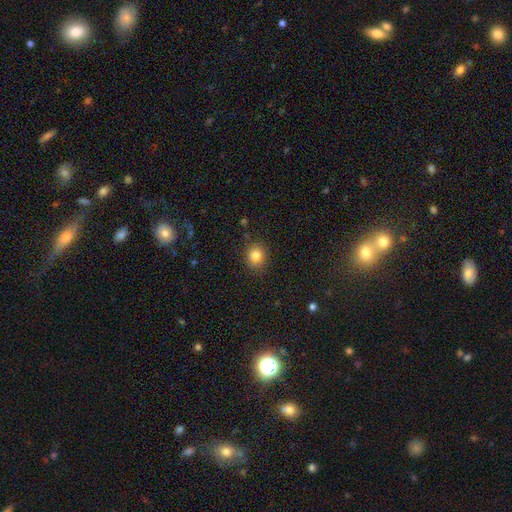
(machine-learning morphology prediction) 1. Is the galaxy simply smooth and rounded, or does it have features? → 82% smooth, 12% star or artifact, 6% featured or disk.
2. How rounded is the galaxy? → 79% round, 20% in between, 1% cigar-shaped.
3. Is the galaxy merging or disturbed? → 88% none, 9% minor disturbance, 3% major disturbance, 1% merger.